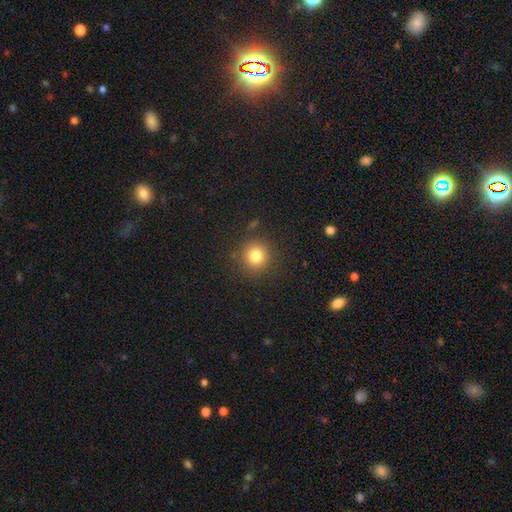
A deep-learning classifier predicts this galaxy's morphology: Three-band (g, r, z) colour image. It shows a smooth galaxy with no disk features (81%) that is round (93%). Merging: none (87%).